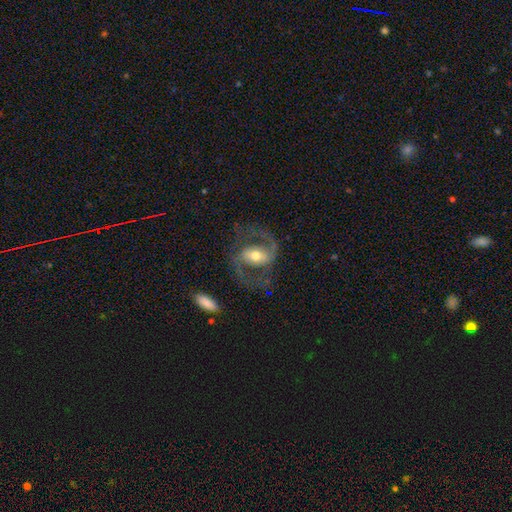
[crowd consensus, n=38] A featured or disk galaxy (84%) with a weak bar (48%), 2 (97%) medium (66%) spiral arms (94%) and a moderate central bulge (58%). Merging: none (69%).